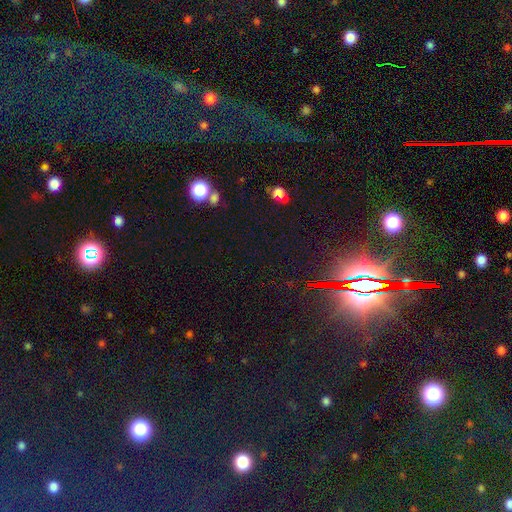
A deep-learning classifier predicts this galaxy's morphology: This is likely a star or artifact rather than a galaxy (69%).